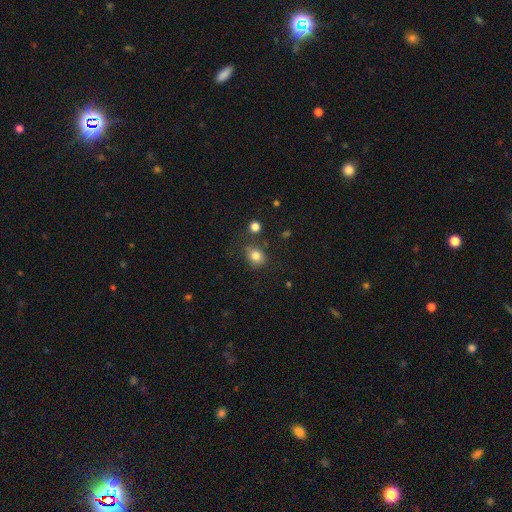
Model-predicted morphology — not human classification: A smooth galaxy with no disk features (82%) that is round (66%).

Vote fractions:
- Smooth or featured? smooth: 82% / star or artifact: 12% / featured or disk: 7%
- How rounded? round: 66% / in between: 33% / cigar-shaped: 1%
- Merging? none: 73% / minor disturbance: 16% / merger: 6% / major disturbance: 5%